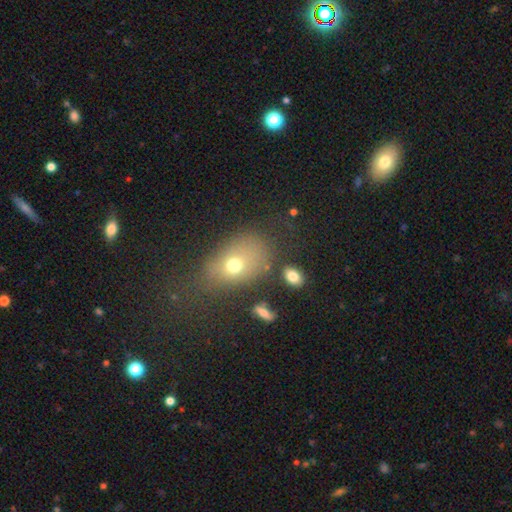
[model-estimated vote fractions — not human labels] Smooth or featured? Predicted: smooth (p=0.65). How rounded? Predicted: in between (p=0.70). Merging? Predicted: none (p=0.52).